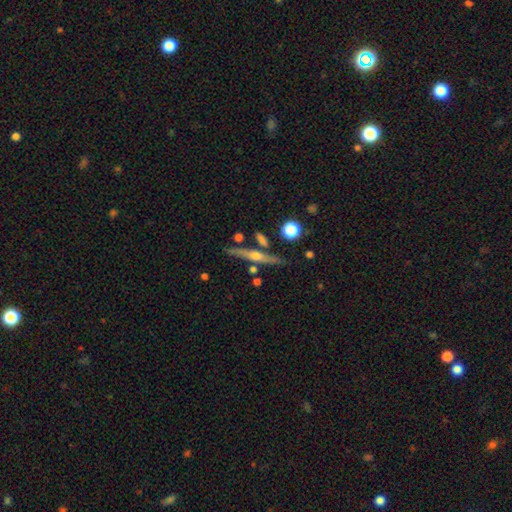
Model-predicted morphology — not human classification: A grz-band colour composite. It shows a featured or disk galaxy (73%) viewed edge-on (97%) with a rounded central bulge (86%). Merging: none (82%).